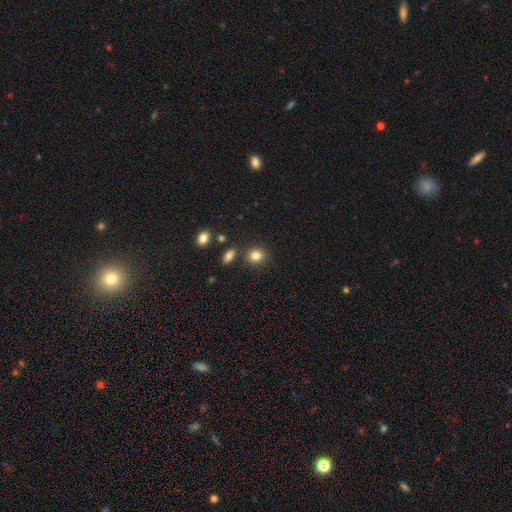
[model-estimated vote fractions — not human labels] smooth_or_featured: smooth (p=0.84) [alt: star or artifact p=0.10]
how_rounded: round (p=0.75) [alt: in between p=0.24]
merging: none (p=0.82) [alt: minor disturbance p=0.09]